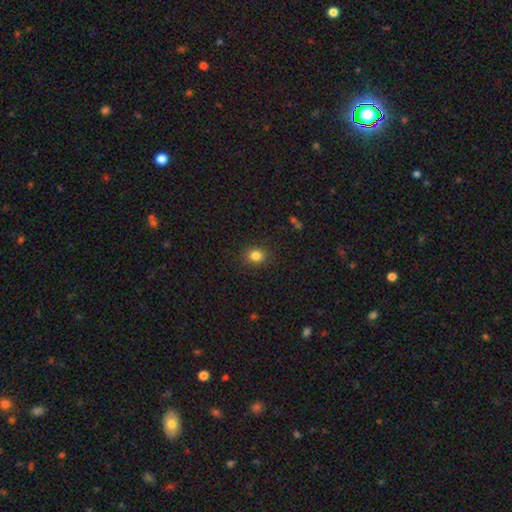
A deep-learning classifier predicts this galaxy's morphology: type=smooth (83%); roundness=round (66%); merging=none (89%).